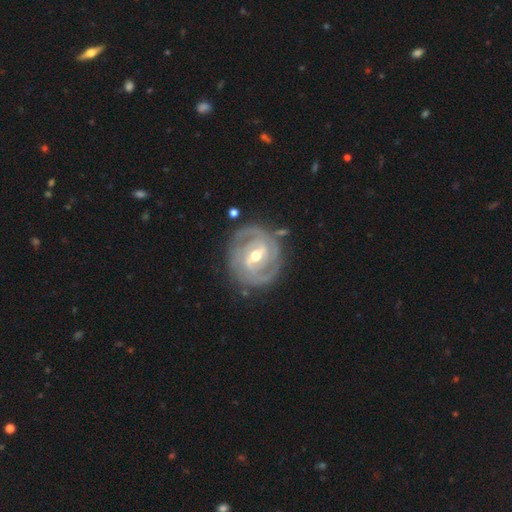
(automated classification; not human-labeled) Smooth or featured? Predicted: featured or disk (p=0.91). Edge-on disk? Predicted: no (p=0.97). Bar? Predicted: weak (p=0.46). Spiral arms? Predicted: yes (p=0.97). Spiral winding? Predicted: tight (p=0.73). Spiral arm count? Predicted: 2 (p=0.53). Bulge size? Predicted: moderate (p=0.66). Merging? Predicted: none (p=0.79).